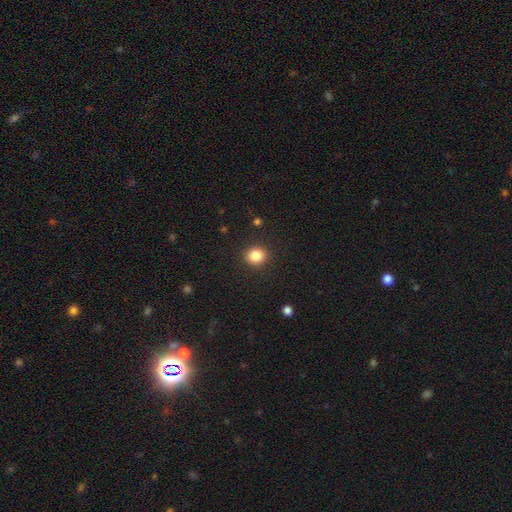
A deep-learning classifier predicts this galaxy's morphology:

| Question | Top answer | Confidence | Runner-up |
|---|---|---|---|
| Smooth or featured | smooth | 85% | star or artifact (10%) |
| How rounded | round | 81% | in between (18%) |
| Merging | none | 91% | minor disturbance (6%) |